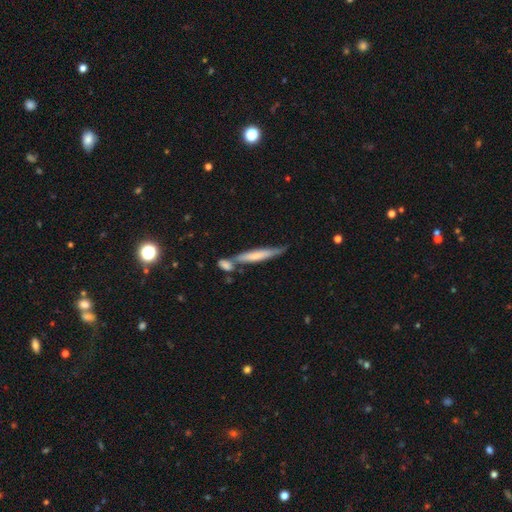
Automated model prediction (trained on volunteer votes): smooth_or_featured: smooth (p=0.55) [alt: featured or disk p=0.39]
how_rounded: cigar-shaped (p=0.91) [alt: in between p=0.07]
merging: none (p=0.51) [alt: merger p=0.28]